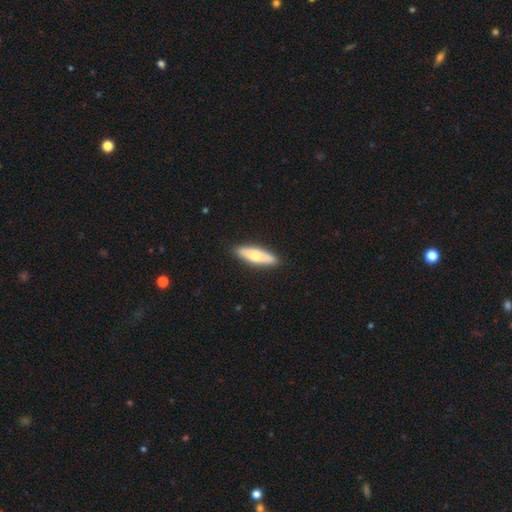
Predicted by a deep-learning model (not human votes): This appears to be a smooth galaxy with no disk features (63%) that is cigar-shaped (61%). Merging: none (89%).